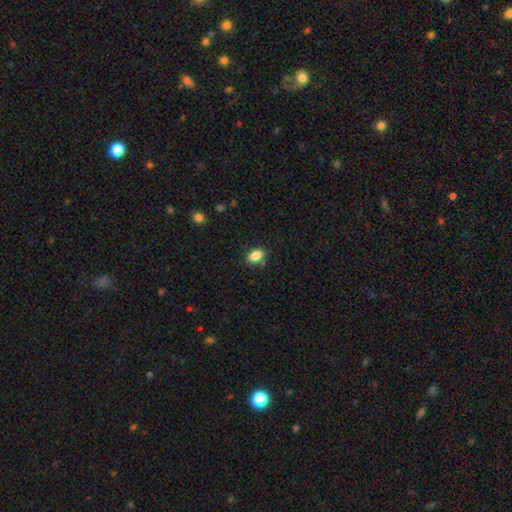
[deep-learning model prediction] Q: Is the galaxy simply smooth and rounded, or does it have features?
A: smooth — 85%.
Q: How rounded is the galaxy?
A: in between — 87%.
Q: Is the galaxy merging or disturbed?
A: none — 83%.